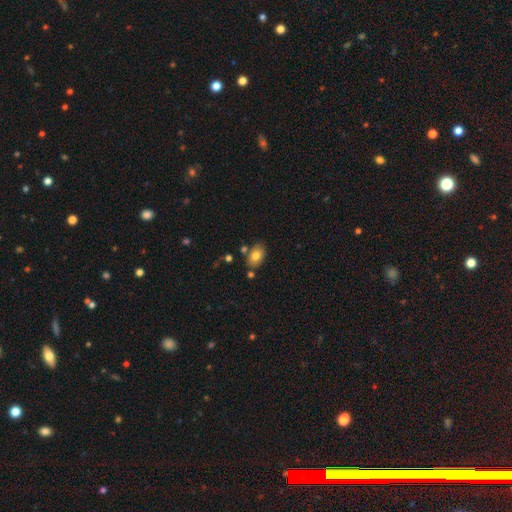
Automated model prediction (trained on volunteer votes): smooth_or_featured: smooth (p=0.79) [alt: featured or disk p=0.13]
how_rounded: in between (p=0.85) [alt: round p=0.13]
merging: none (p=0.72) [alt: minor disturbance p=0.15]